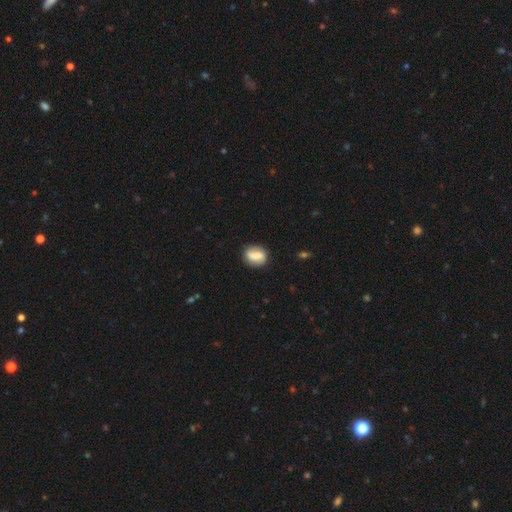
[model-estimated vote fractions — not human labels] Smooth or featured?
  - smooth: 51% *
  - featured or disk: 41%
  - star or artifact: 7%
How rounded?
  - in between: 49% *
  - round: 48%
  - cigar-shaped: 3%
Merging?
  - none: 85% *
  - minor disturbance: 11%
  - major disturbance: 3%
  - merger: 1%